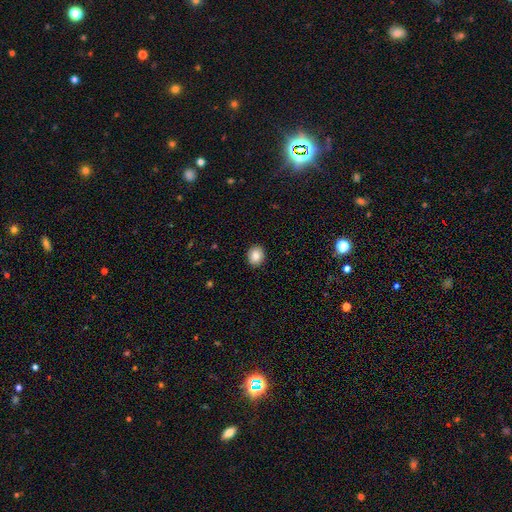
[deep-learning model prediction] smooth_or_featured: smooth (p=0.87) [alt: star or artifact p=0.08]
how_rounded: round (p=0.53) [alt: in between p=0.46]
merging: none (p=0.91) [alt: minor disturbance p=0.07]